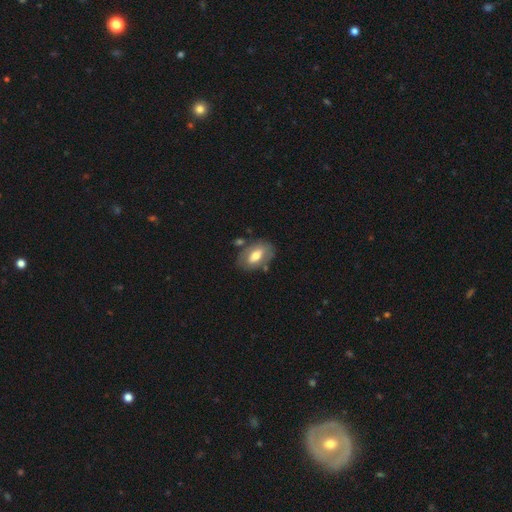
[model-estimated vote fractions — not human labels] smooth 55%, featured or disk 39%, star or artifact 6%. Down the decision tree: how rounded — in between (89%); merging — none (68%).